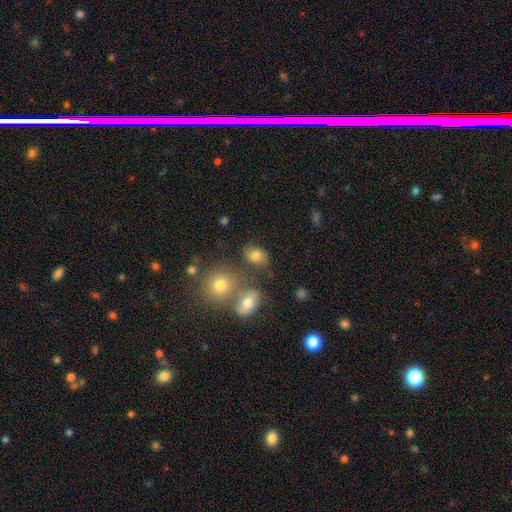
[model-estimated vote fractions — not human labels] Smooth or featured? smooth (75%)
How rounded? in between (71%)
Merging? none (61%)